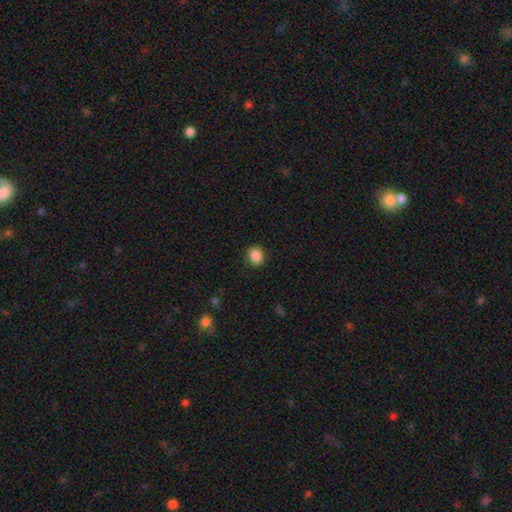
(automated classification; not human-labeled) Smooth or featured? Predicted: smooth (p=0.88). How rounded? Predicted: round (p=0.65). Merging? Predicted: none (p=0.88).